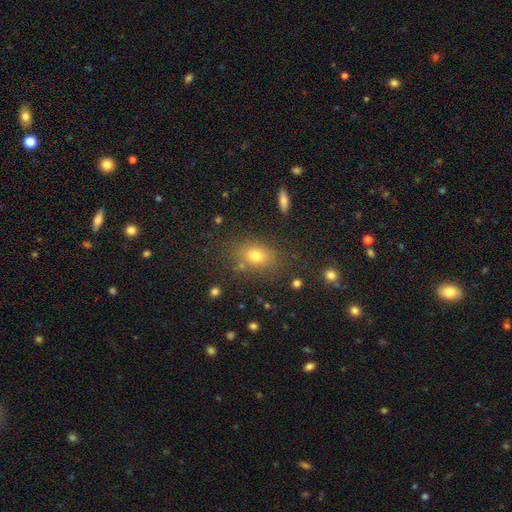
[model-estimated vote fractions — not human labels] smooth-or-featured: smooth: 74% | star or artifact: 15% | featured or disk: 11%
  how-rounded: in between: 67% | round: 31% | cigar-shaped: 2%
  merging: none: 79% | minor disturbance: 12% | merger: 4% | major disturbance: 4%